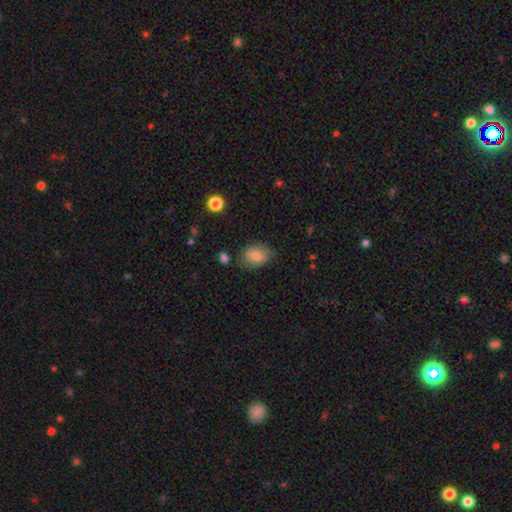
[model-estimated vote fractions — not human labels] A smooth galaxy with no disk features (78%) that is in between round and cigar-shaped (74%). Merging: none (69%).